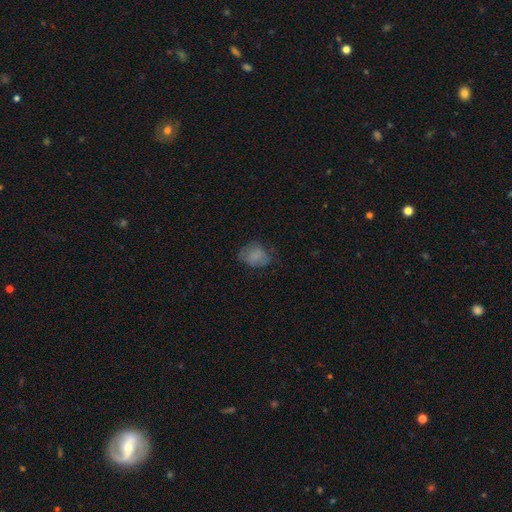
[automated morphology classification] Q: Smooth or featured?
A: smooth (73%); runner-up: featured or disk (16%)
Q: How rounded?
A: in between (60%); runner-up: round (39%)
Q: Merging?
A: none (53%); runner-up: minor disturbance (29%)